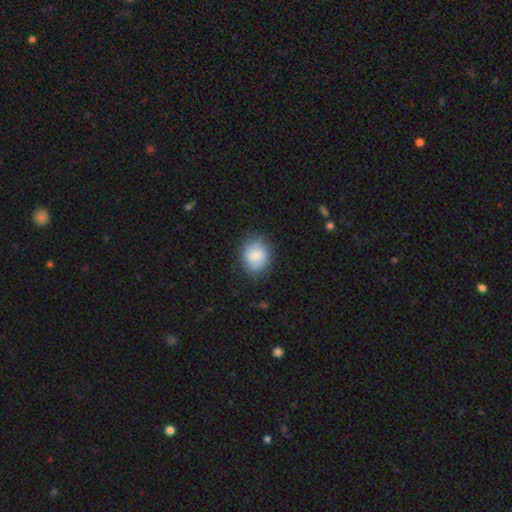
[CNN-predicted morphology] Smooth or featured? Predicted: smooth (p=0.70). How rounded? Predicted: round (p=0.58). Merging? Predicted: none (p=0.76).